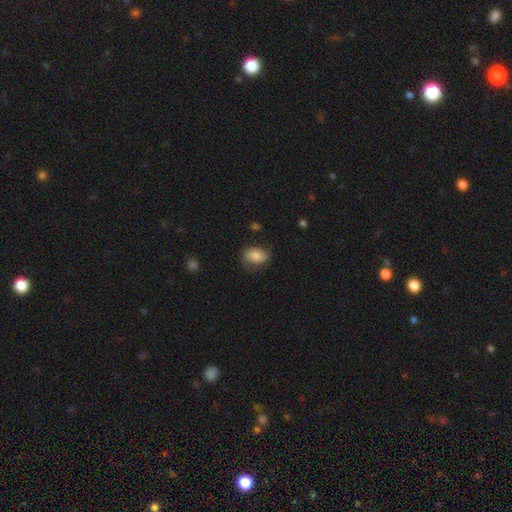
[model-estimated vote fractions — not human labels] Q: Smooth or featured?
A: smooth (77%); runner-up: featured or disk (15%)
Q: How rounded?
A: in between (82%); runner-up: round (17%)
Q: Merging?
A: none (68%); runner-up: minor disturbance (23%)